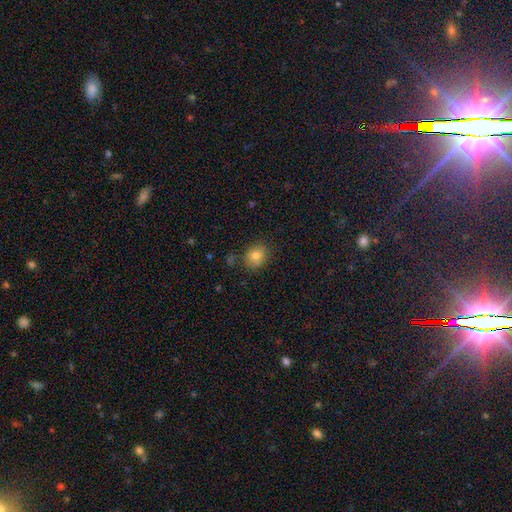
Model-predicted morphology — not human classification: The model was most divided on "how rounded": round: 55%, in between: 44%, cigar-shaped: 1%. More confident: smooth or featured — smooth (79%); merging — none (78%).